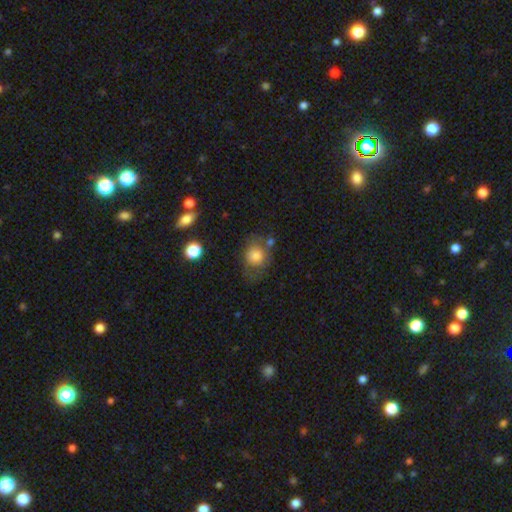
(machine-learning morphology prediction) Smooth or featured: smooth — 78% (featured or disk — 13%)
How rounded: round — 68% (in between — 31%)
Merging: none — 58% (minor disturbance — 22%)